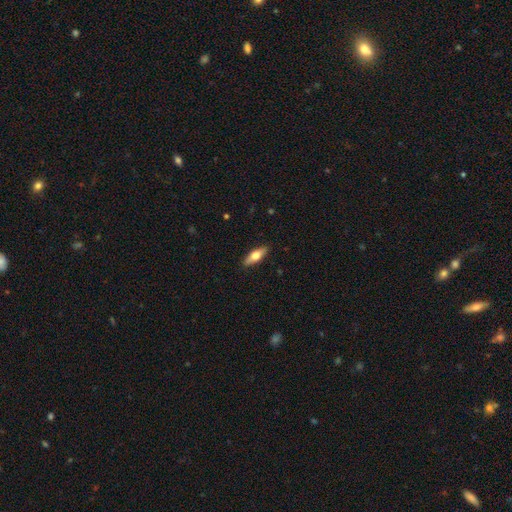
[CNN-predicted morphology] smooth-or-featured: smooth: 60% | featured or disk: 34% | star or artifact: 6%
  how-rounded: in between: 59% | cigar-shaped: 38% | round: 3%
  merging: none: 89% | minor disturbance: 8% | major disturbance: 2% | merger: 1%